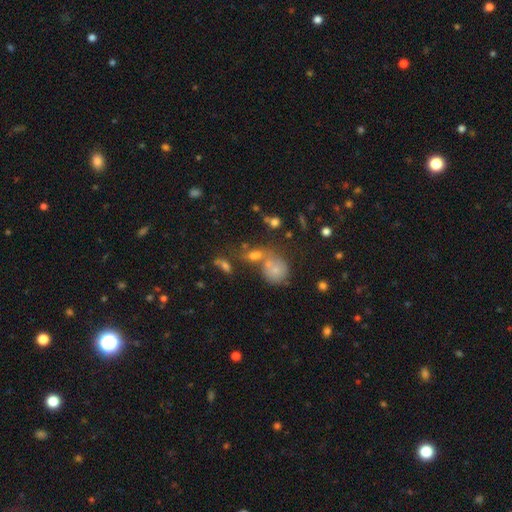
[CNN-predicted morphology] The model was most divided on "smooth or featured": smooth: 45%, star or artifact: 30%, featured or disk: 25%. Remaining: merging — none (49%).